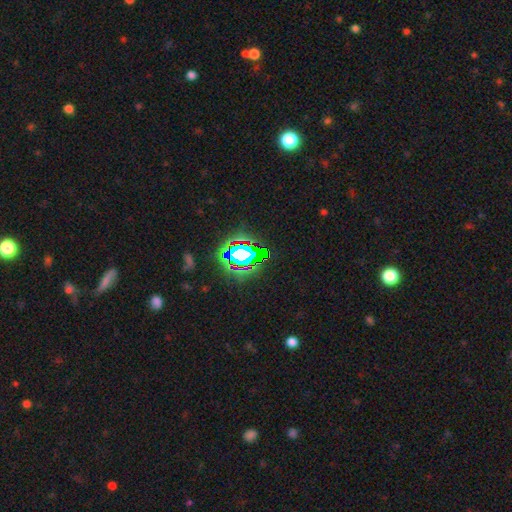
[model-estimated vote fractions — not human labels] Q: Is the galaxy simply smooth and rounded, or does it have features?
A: star or artifact — 78%.